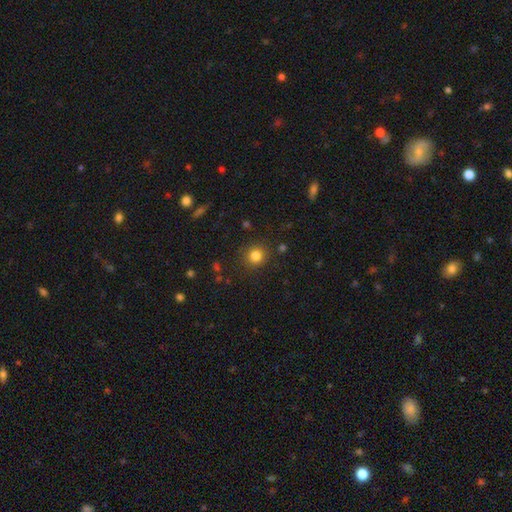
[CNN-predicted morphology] smooth-or-featured: smooth: 82% | star or artifact: 13% | featured or disk: 5%
  how-rounded: round: 89% | in between: 10% | cigar-shaped: 1%
  merging: none: 87% | minor disturbance: 8% | major disturbance: 3% | merger: 2%